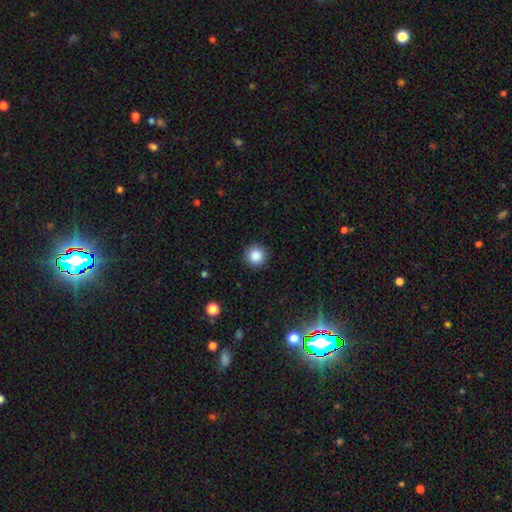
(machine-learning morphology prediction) The model was most divided on "smooth or featured": smooth: 87%, star or artifact: 10%, featured or disk: 3%. More confident: how rounded — round (96%); merging — none (92%).